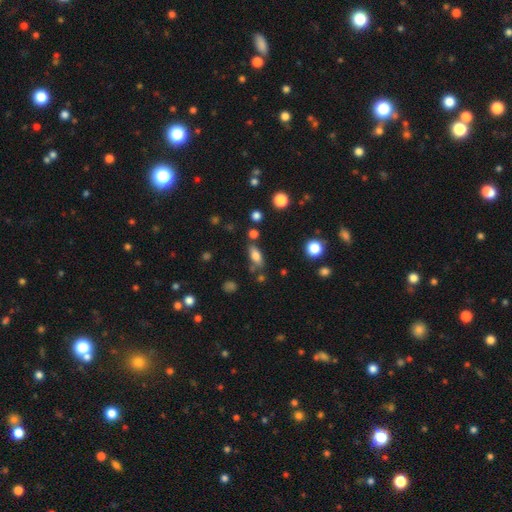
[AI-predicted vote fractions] A smooth galaxy with no disk features (75%) that is in between round and cigar-shaped (78%). Merging: none (71%).